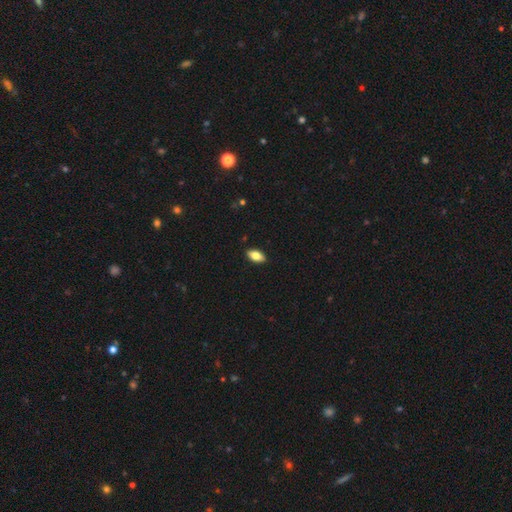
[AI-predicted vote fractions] This appears to be a smooth galaxy with no disk features (78%) that is in between round and cigar-shaped (91%). Merging: none (90%).